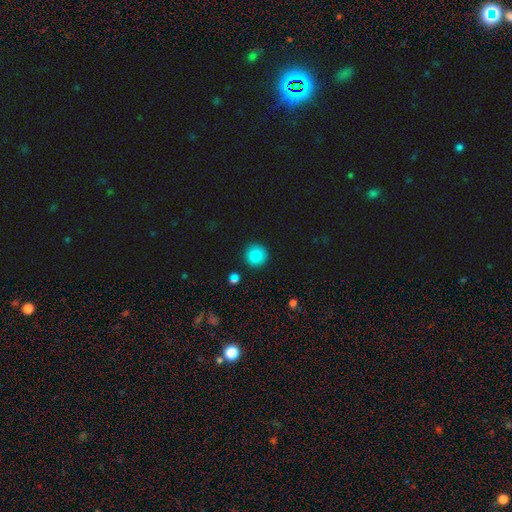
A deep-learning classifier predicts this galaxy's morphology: type=smooth (87%); roundness=round (94%); merging=none (90%).